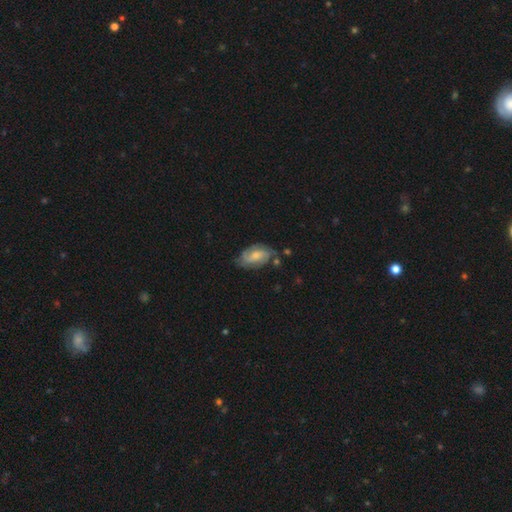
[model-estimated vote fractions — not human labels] smooth_or_featured: featured or disk (p=0.62) [alt: smooth p=0.32]
disk_edge_on: no (p=0.95) [alt: yes p=0.05]
bar: no (p=0.52) [alt: weak p=0.40]
has_spiral_arms: yes (p=0.89) [alt: no p=0.11]
spiral_winding: tight (p=0.44) [alt: medium p=0.41]
spiral_arm_count: 2 (p=0.57) [alt: can't tell p=0.22]
bulge_size: moderate (p=0.46) [alt: small p=0.42]
merging: none (p=0.65) [alt: minor disturbance p=0.24]